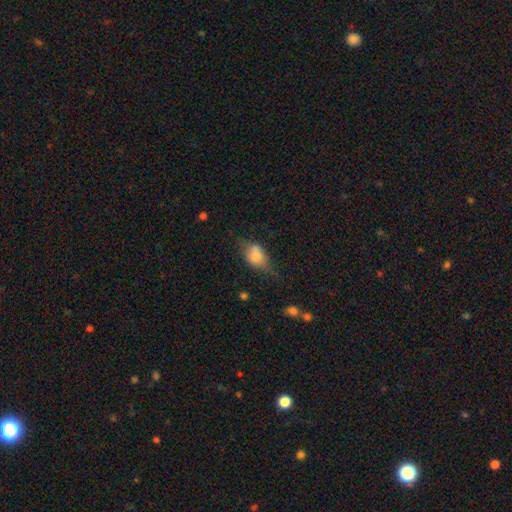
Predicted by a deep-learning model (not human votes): Smooth or featured? smooth (63%)
How rounded? in between (74%)
Merging? none (41%)